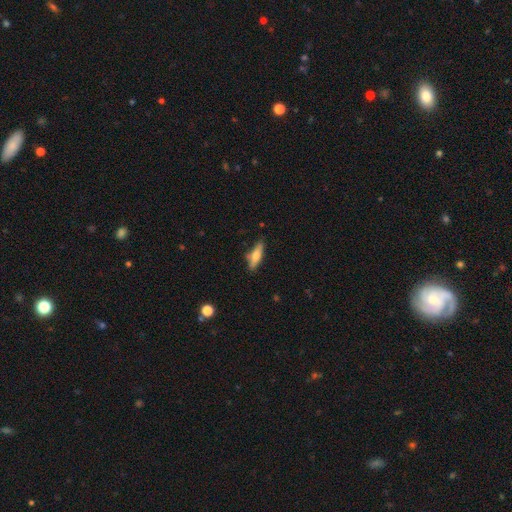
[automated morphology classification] Smooth or featured? smooth (56%)
How rounded? cigar-shaped (59%)
Merging? none (77%)